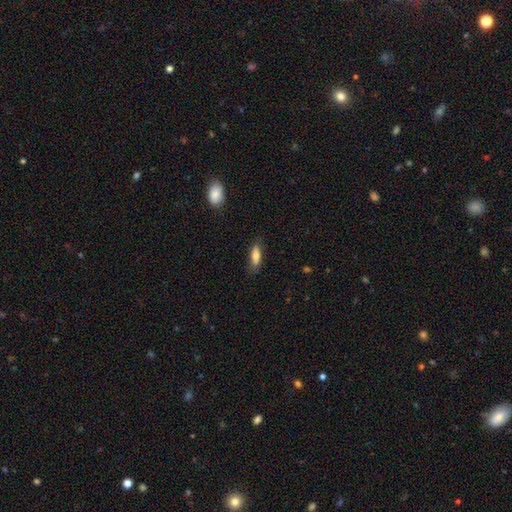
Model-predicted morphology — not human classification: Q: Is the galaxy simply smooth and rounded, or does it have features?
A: smooth — 73%.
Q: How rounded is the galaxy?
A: in between — 52%.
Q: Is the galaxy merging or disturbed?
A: none — 74%.